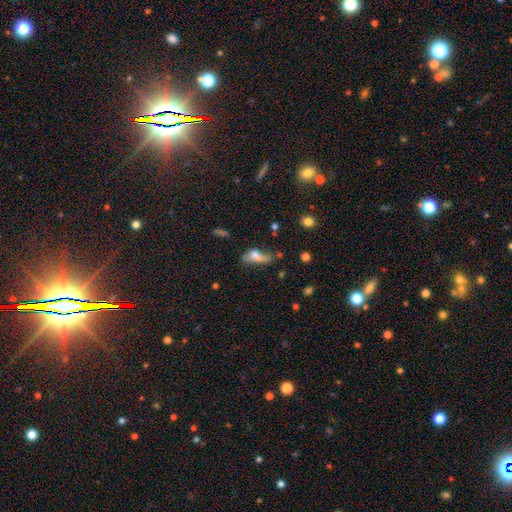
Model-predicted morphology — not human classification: smooth-or-featured: smooth: 60% | featured or disk: 29% | star or artifact: 11%
  how-rounded: in between: 72% | cigar-shaped: 22% | round: 6%
  merging: major disturbance: 31% | none: 29% | minor disturbance: 28% | merger: 11%